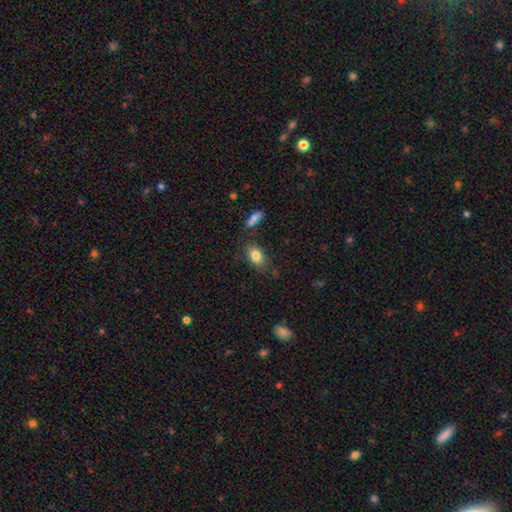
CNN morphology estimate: Smooth or featured? Predicted: smooth (p=0.82). How rounded? Predicted: in between (p=0.84). Merging? Predicted: none (p=0.75).